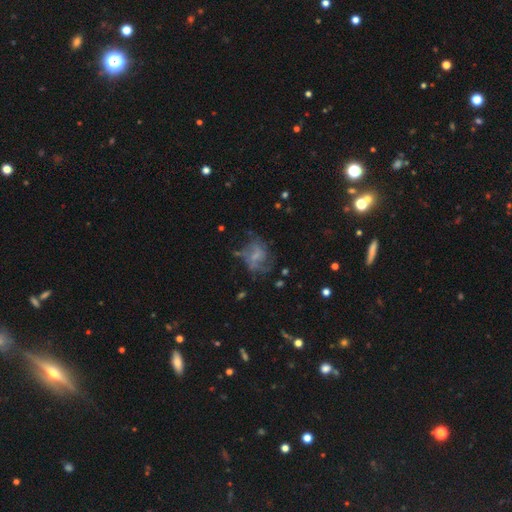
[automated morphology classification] A featured or disk galaxy (62%) with no bar (50%), spiral arms (72%) and a small central bulge (43%). Merging: none (45%).